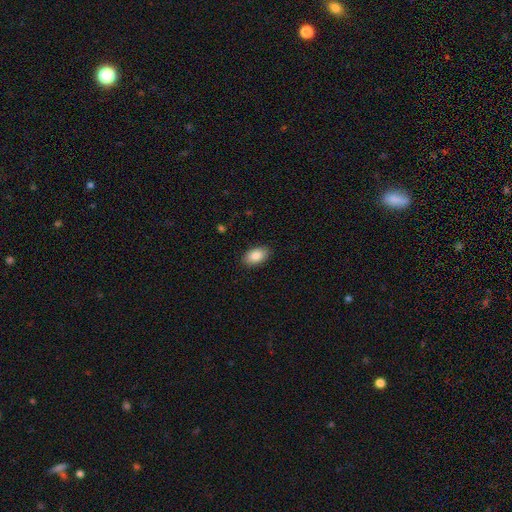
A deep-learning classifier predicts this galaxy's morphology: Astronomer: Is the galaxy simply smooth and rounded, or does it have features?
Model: smooth — 87%.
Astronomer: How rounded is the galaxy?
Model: in between — 93%.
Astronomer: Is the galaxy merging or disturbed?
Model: none — 88%.